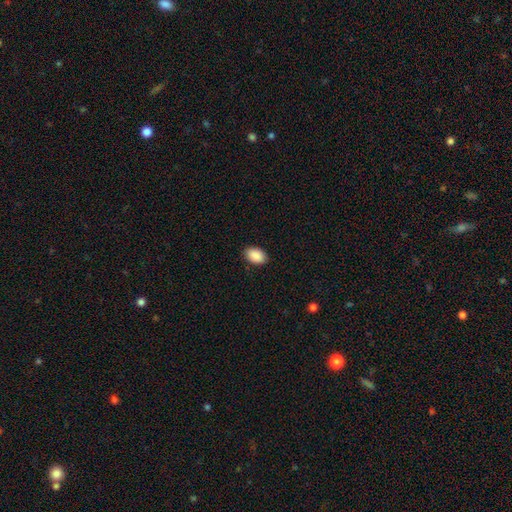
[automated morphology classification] Smooth or featured? smooth (91%)
How rounded? in between (90%)
Merging? none (89%)